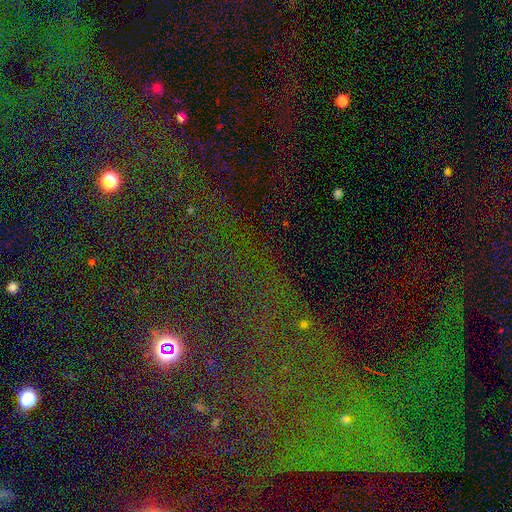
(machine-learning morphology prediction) This appears to be a star or artifact, not a galaxy (77%).